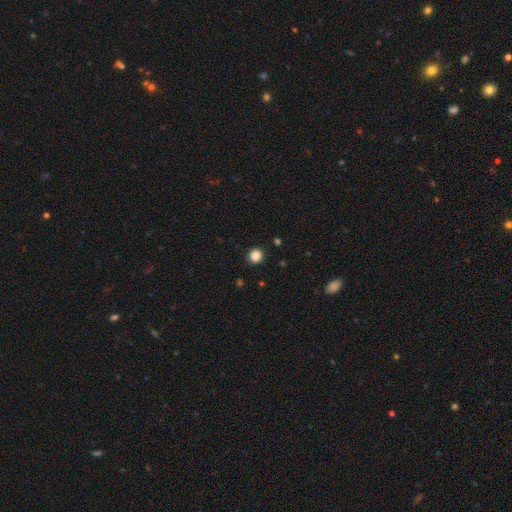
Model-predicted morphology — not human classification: A smooth galaxy with no disk features (85%) that is round (92%). Merging: none (91%).